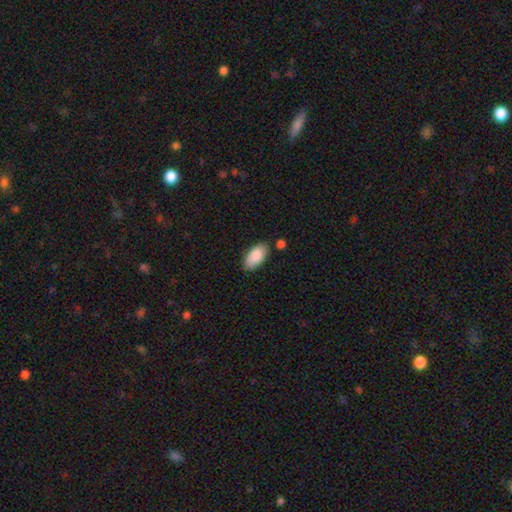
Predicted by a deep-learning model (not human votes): This is clearly a smooth galaxy (88%). How rounded: clearly in between (94%). Merging: likely none (78%).